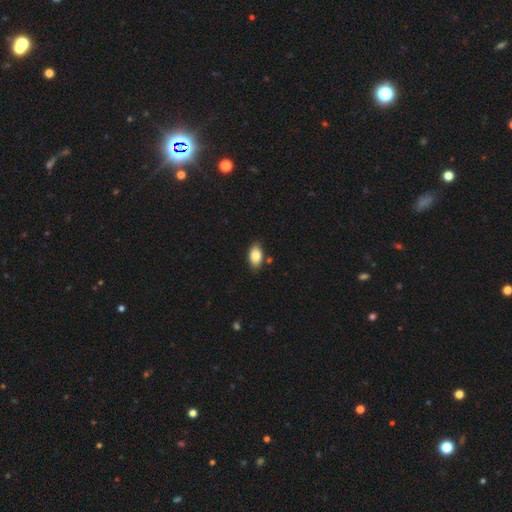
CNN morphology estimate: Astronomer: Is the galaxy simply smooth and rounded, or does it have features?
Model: smooth — 85%.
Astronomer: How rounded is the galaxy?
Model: in between — 92%.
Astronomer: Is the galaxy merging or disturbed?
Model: none — 80%.